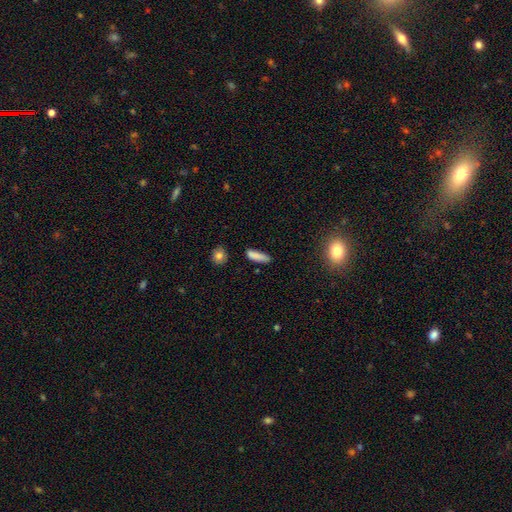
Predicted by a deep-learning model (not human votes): This appears to be a smooth galaxy with no disk features (84%) that is cigar-shaped (68%). Merging: none (75%).